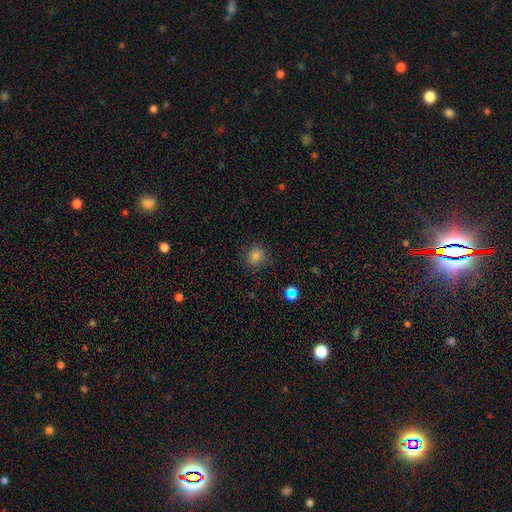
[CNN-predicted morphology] smooth_or_featured: smooth (p=0.78) [alt: star or artifact p=0.16]
how_rounded: round (p=0.85) [alt: in between p=0.14]
merging: none (p=0.88) [alt: minor disturbance p=0.08]